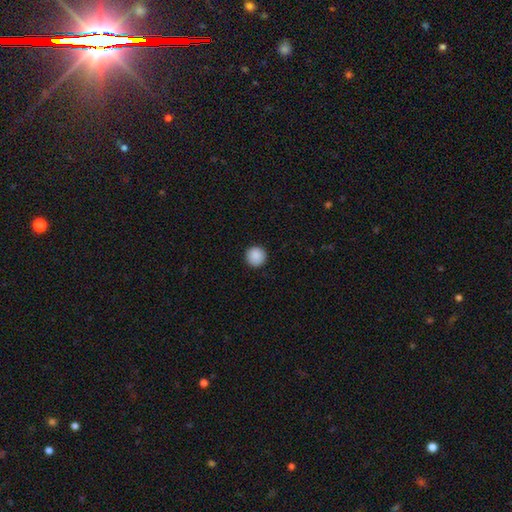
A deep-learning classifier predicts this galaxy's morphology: The model was most divided on "smooth or featured": smooth: 89%, star or artifact: 8%, featured or disk: 3%. More confident: how rounded — round (96%); merging — none (93%).